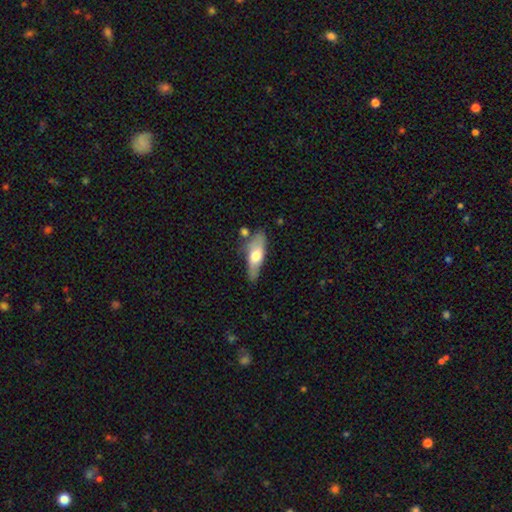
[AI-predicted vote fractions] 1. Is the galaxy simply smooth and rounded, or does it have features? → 56% smooth, 38% featured or disk, 6% star or artifact.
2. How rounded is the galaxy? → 54% in between, 44% cigar-shaped, 3% round.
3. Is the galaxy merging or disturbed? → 63% none, 22% minor disturbance, 9% merger, 6% major disturbance.